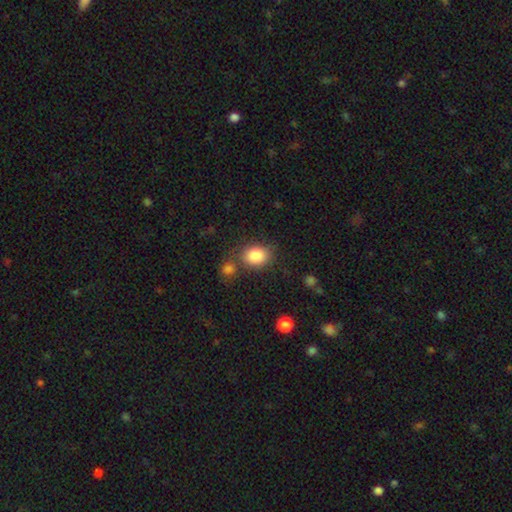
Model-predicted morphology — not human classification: Smooth or featured? smooth (86%)
How rounded? in between (62%)
Merging? none (64%)